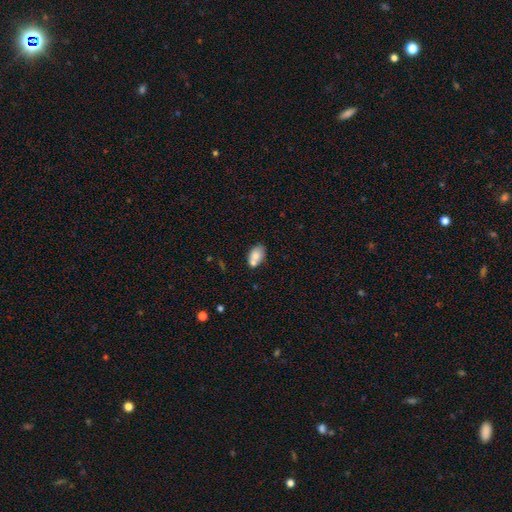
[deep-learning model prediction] smooth 77%, featured or disk 15%, star or artifact 8%. Down the decision tree: how rounded — in between (86%); merging — none (51%).